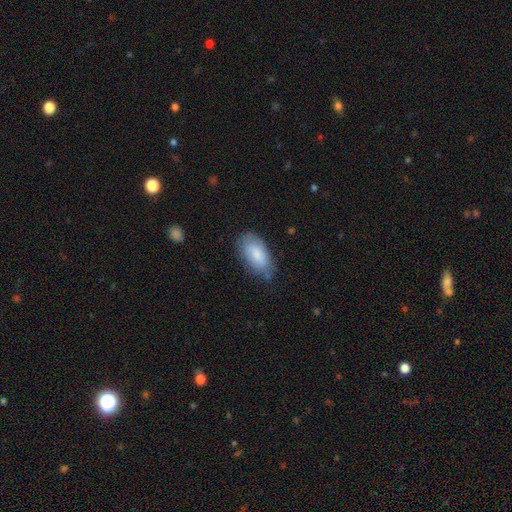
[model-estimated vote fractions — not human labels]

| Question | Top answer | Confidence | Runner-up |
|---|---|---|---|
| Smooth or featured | smooth | 78% | featured or disk (15%) |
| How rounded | in between | 93% | cigar-shaped (4%) |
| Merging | none | 73% | minor disturbance (22%) |